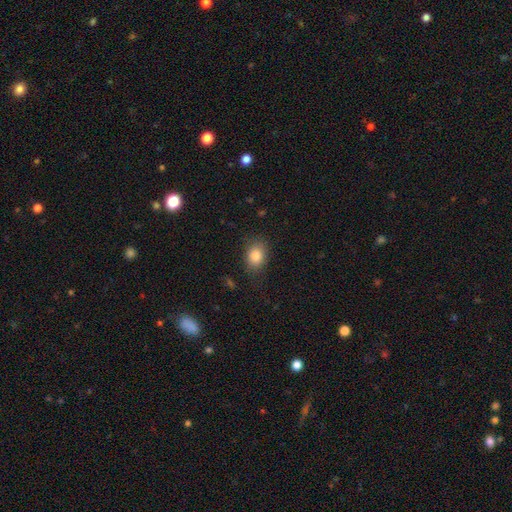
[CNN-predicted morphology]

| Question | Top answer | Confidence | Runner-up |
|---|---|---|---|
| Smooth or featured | smooth | 85% | star or artifact (9%) |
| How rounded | in between | 65% | round (33%) |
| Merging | none | 77% | minor disturbance (17%) |